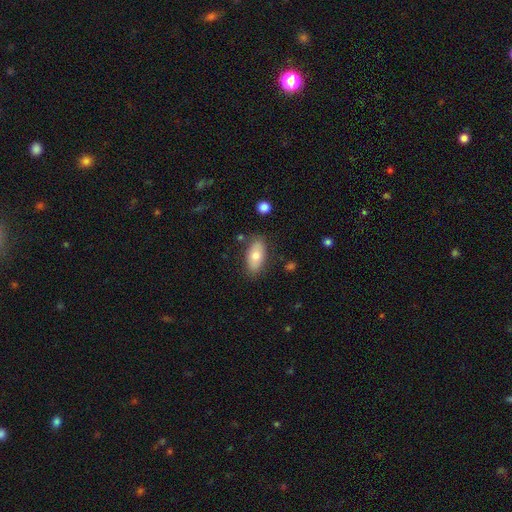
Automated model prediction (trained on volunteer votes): Smooth or featured? smooth (74%)
How rounded? in between (90%)
Merging? none (81%)